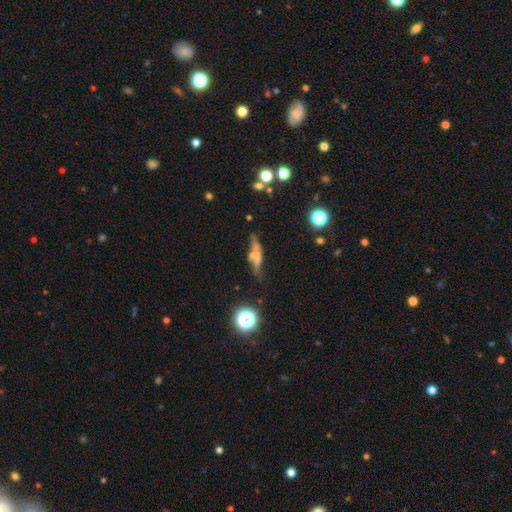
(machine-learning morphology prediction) smooth_or_featured: smooth (p=0.47) [alt: featured or disk p=0.39]
merging: none (p=0.48) [alt: minor disturbance p=0.24]